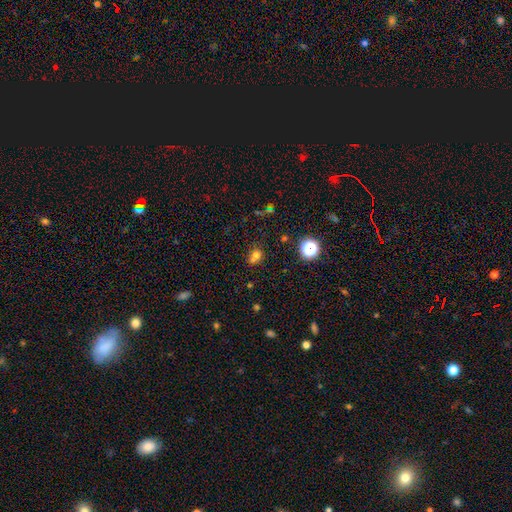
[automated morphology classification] smooth-or-featured: smooth: 70% | star or artifact: 20% | featured or disk: 10%
  how-rounded: round: 64% | in between: 35% | cigar-shaped: 1%
  merging: none: 47% | merger: 33% | minor disturbance: 14% | major disturbance: 6%